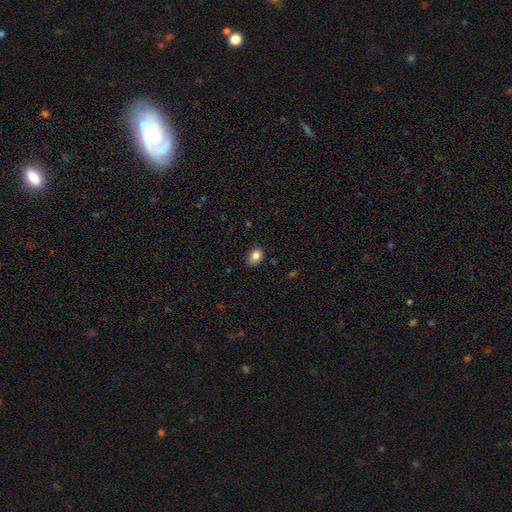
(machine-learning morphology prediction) smooth_or_featured: smooth (p=0.84) [alt: star or artifact p=0.09]
how_rounded: in between (p=0.74) [alt: round p=0.25]
merging: none (p=0.81) [alt: minor disturbance p=0.16]